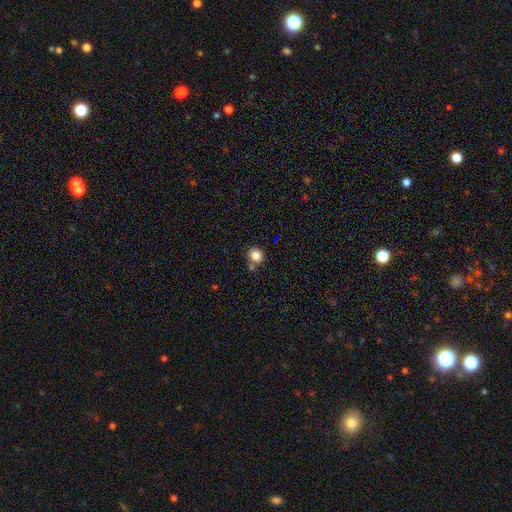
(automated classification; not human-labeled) Q: Smooth or featured?
A: smooth (83%); runner-up: star or artifact (11%)
Q: How rounded?
A: round (80%); runner-up: in between (19%)
Q: Merging?
A: none (69%); runner-up: merger (16%)